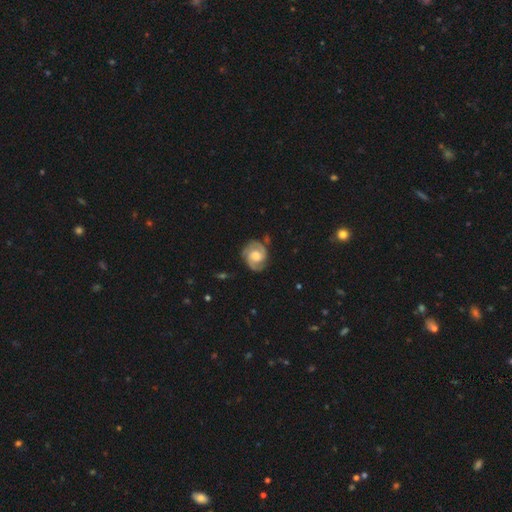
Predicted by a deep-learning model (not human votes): smooth_or_featured: featured or disk (p=0.82) [alt: smooth p=0.13]
disk_edge_on: no (p=0.98) [alt: yes p=0.02]
bar: no (p=0.57) [alt: weak p=0.36]
has_spiral_arms: yes (p=0.96) [alt: no p=0.04]
spiral_winding: tight (p=0.48) [alt: medium p=0.42]
spiral_arm_count: 2 (p=0.85) [alt: can't tell p=0.05]
bulge_size: large (p=0.40) [alt: moderate p=0.37]
merging: none (p=0.78) [alt: minor disturbance p=0.15]